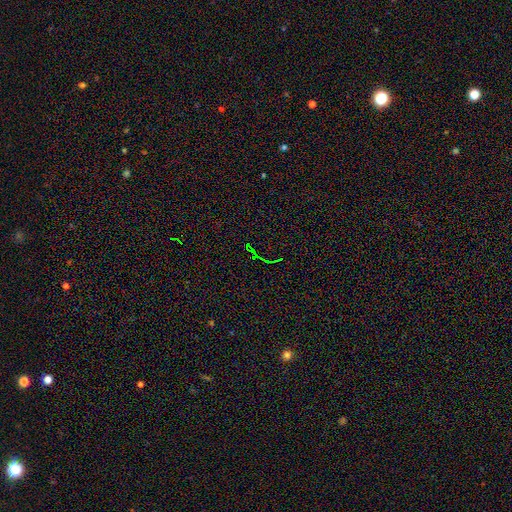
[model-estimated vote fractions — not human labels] Smooth or featured?
  - star or artifact: 78% *
  - smooth: 12%
  - featured or disk: 10%